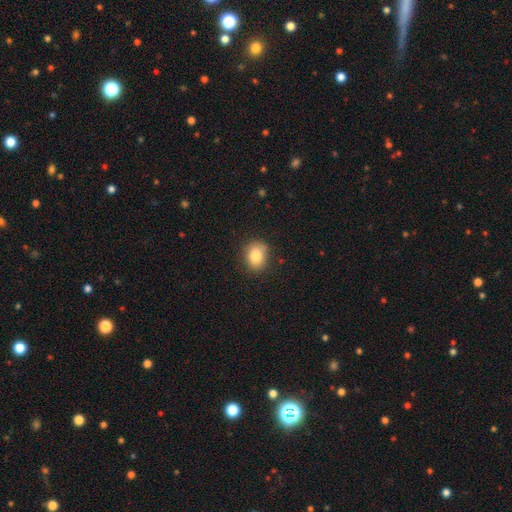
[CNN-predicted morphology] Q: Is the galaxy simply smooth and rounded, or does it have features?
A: smooth — 83%.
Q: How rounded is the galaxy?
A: round — 55%.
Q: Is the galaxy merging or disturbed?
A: none — 81%.